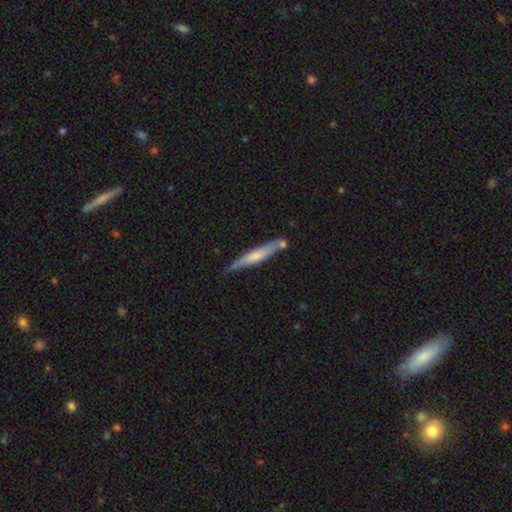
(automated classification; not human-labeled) smooth-or-featured: smooth: 56% | featured or disk: 39% | star or artifact: 5%
  how-rounded: cigar-shaped: 94% | in between: 5% | round: 1%
  merging: none: 74% | minor disturbance: 15% | merger: 8% | major disturbance: 3%